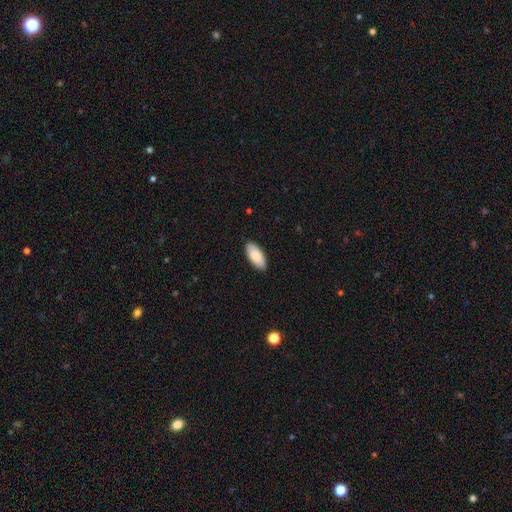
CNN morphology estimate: type=smooth (85%); roundness=in between (90%); merging=none (89%).